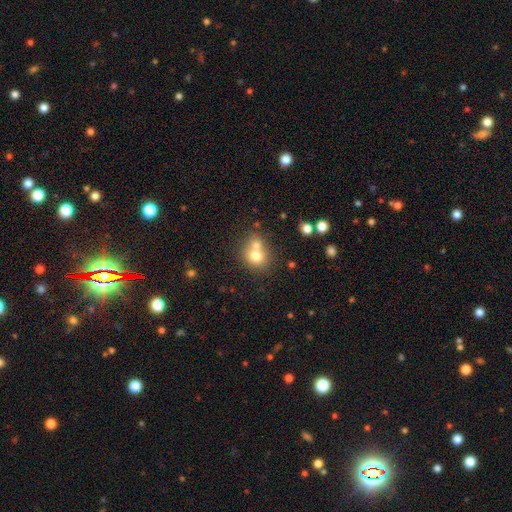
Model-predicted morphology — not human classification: Smooth or featured: smooth — 72% (featured or disk — 16%)
How rounded: round — 75% (in between — 24%)
Merging: merger — 51% (none — 38%)